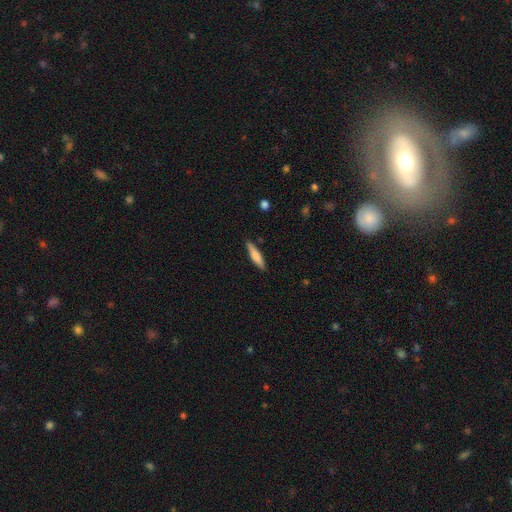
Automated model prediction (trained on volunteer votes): Smooth or featured: smooth — 71% (featured or disk — 24%)
How rounded: cigar-shaped — 81% (in between — 18%)
Merging: none — 86% (minor disturbance — 10%)